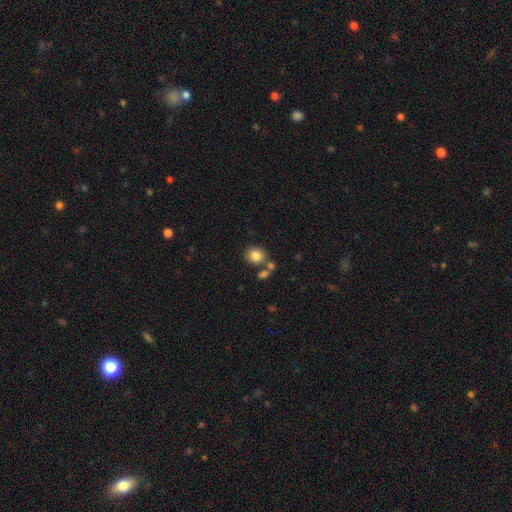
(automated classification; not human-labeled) smooth 83%, star or artifact 10%, featured or disk 7%. Down the decision tree: how rounded — round (77%); merging — none (67%).